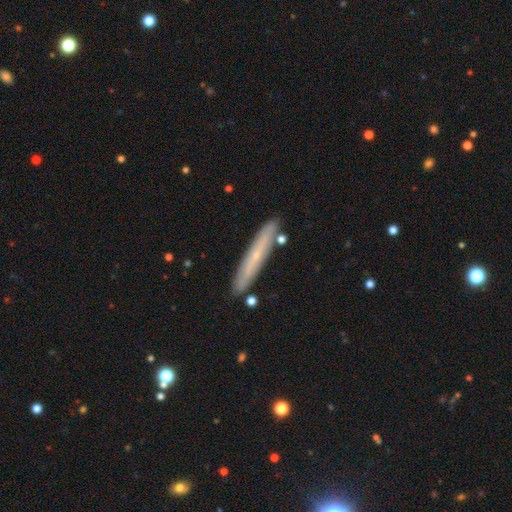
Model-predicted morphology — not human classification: Smooth or featured? featured or disk (47%)
Merging? none (86%)